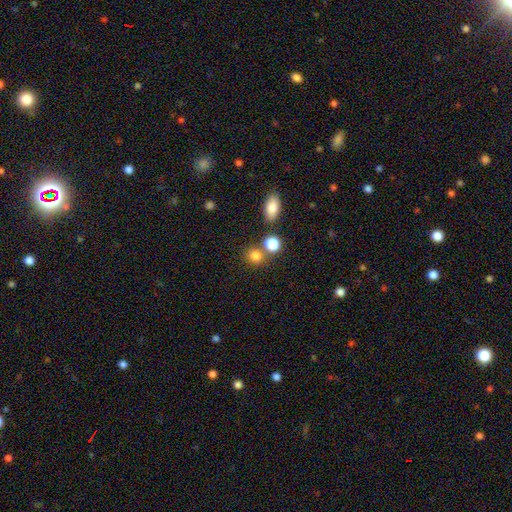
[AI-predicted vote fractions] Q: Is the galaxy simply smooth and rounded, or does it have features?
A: smooth — 81%.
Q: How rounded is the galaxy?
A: round — 77%.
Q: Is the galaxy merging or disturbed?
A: none — 67%.